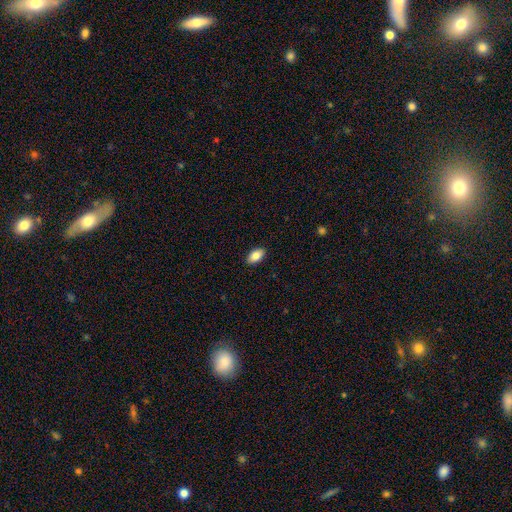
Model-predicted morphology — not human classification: smooth 85%, featured or disk 8%, star or artifact 7%. Down the decision tree: how rounded — in between (93%); merging — none (90%).